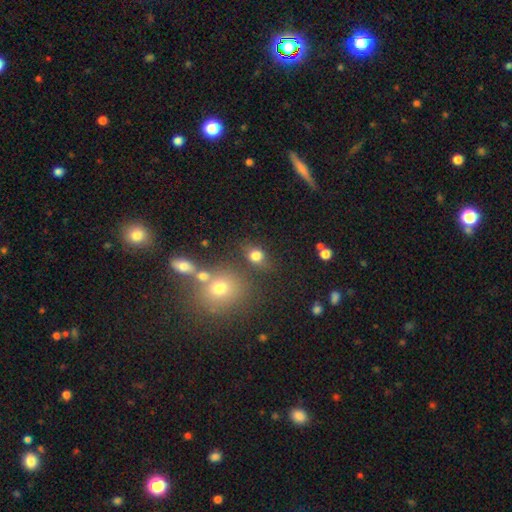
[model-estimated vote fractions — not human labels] smooth 78%, star or artifact 15%, featured or disk 8%. Down the decision tree: how rounded — round (54%); merging — none (67%).